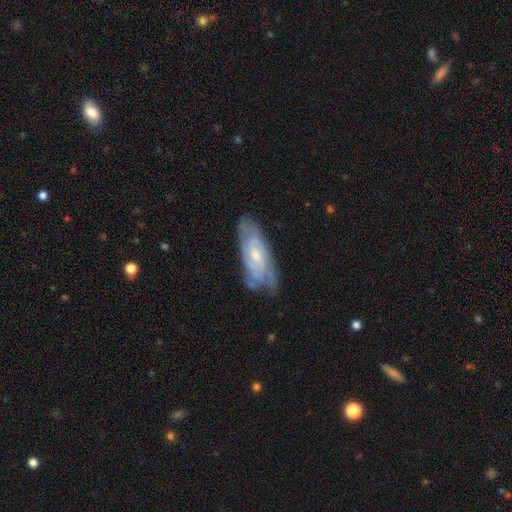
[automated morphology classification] smooth-or-featured: featured or disk: 71% | smooth: 22% | star or artifact: 6%
  disk-edge-on: no: 86% | yes: 14%
    bar: no: 64% | weak: 31% | strong: 5%
    has-spiral-arms: yes: 83% | no: 17%
      spiral-winding: tight: 61% | medium: 31% | loose: 8%
      spiral-arm-count: can't tell: 58% | 2: 20% | 3: 10% | 4: 6% | 1: 3% | more than 4: 3%
    bulge-size: small: 49% | moderate: 43% | none: 4% | large: 3% | dominant: 1%
  merging: none: 66% | minor disturbance: 24% | major disturbance: 8% | merger: 2%